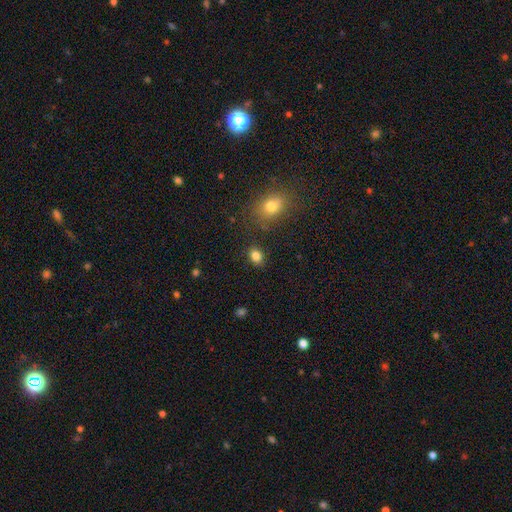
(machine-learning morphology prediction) Overall: smooth (84%). How rounded: in between (64%; round 35%). Merging: none (84%).